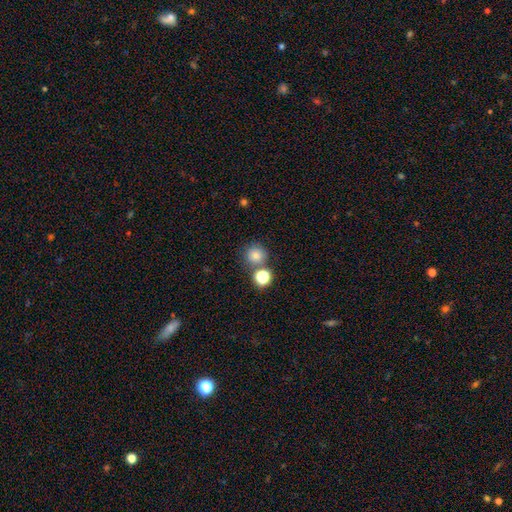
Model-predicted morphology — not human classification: Smooth or featured? smooth (76%)
How rounded? round (92%)
Merging? none (69%)